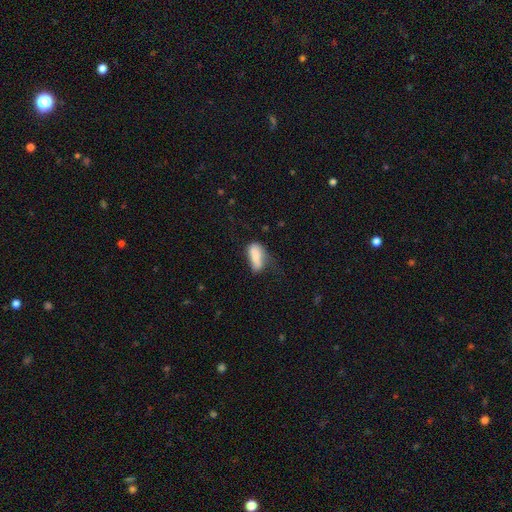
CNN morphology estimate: Smooth or featured? Predicted: smooth (p=0.75). How rounded? Predicted: in between (p=0.77). Merging? Predicted: none (p=0.38).